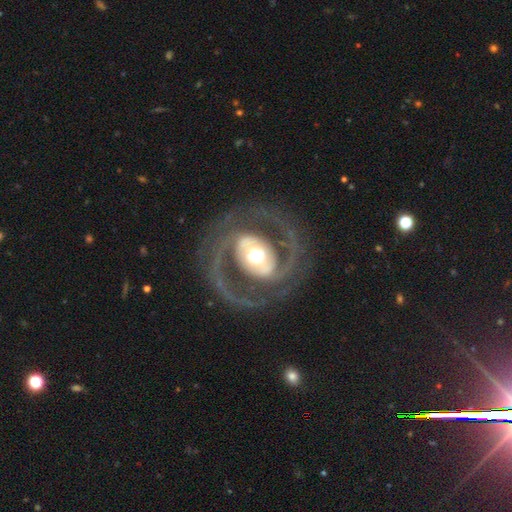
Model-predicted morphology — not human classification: smooth-or-featured: featured or disk: 90% | smooth: 5% | star or artifact: 5%
  disk-edge-on: no: 97% | yes: 3%
    bar: no: 45% | strong: 30% | weak: 25%
    has-spiral-arms: yes: 95% | no: 5%
      spiral-winding: medium: 54% | tight: 27% | loose: 19%
      spiral-arm-count: 2: 86% | 3: 4% | can't tell: 3% | 1: 2% | 4: 2% | more than 4: 2%
    bulge-size: moderate: 47% | large: 39% | dominant: 9% | small: 4% | none: 1%
  merging: none: 77% | major disturbance: 11% | minor disturbance: 10% | merger: 1%